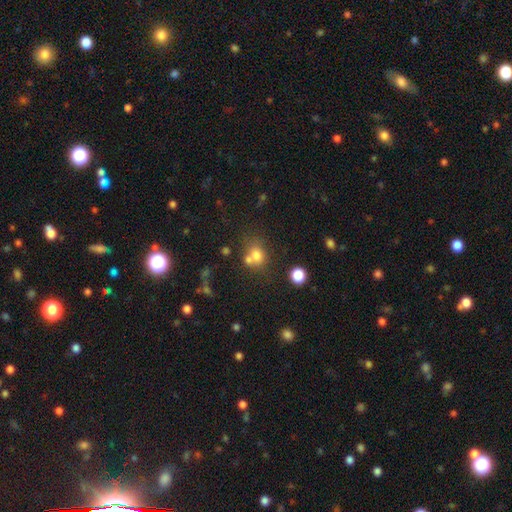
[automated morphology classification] type=smooth (72%); roundness=round (60%); merging=none (44%).